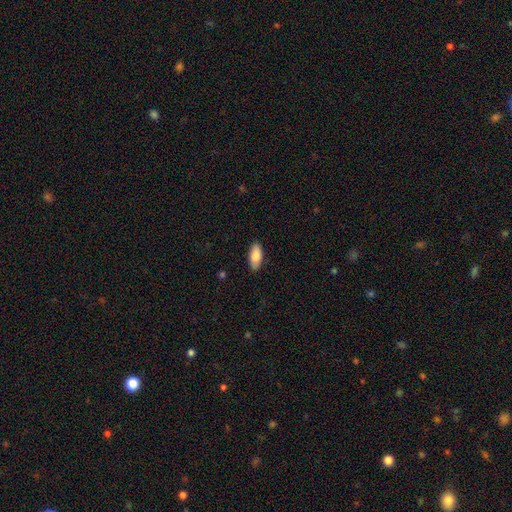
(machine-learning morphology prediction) The model was most divided on "merging": none: 86%, minor disturbance: 11%, major disturbance: 2%, merger: 1%. More confident: how rounded — in between (89%); smooth or featured — smooth (85%).